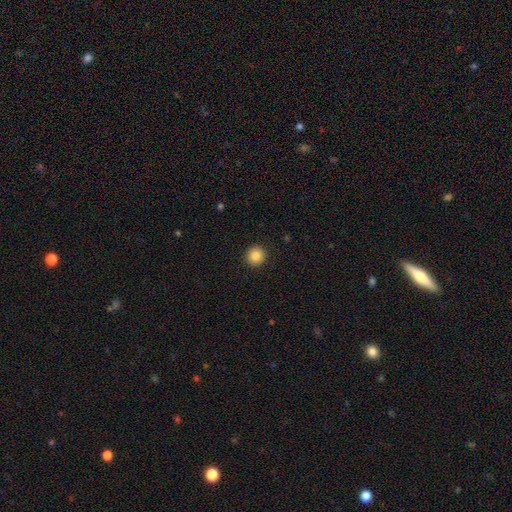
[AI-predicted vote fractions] This appears to be a smooth galaxy with no disk features (87%) that is round (94%). Merging: none (93%).